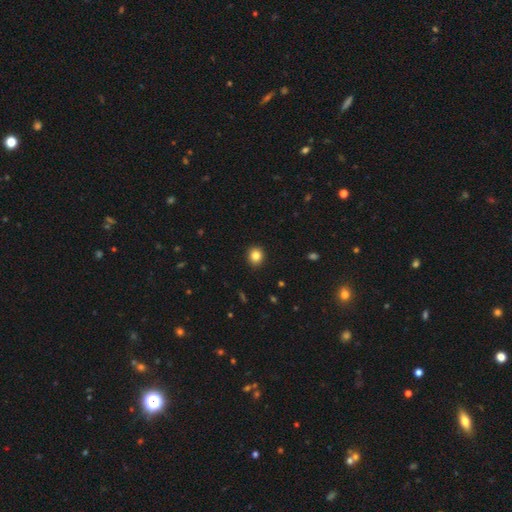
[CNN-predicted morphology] Smooth or featured: smooth — 84% (star or artifact — 11%)
How rounded: round — 80% (in between — 19%)
Merging: none — 91% (minor disturbance — 6%)